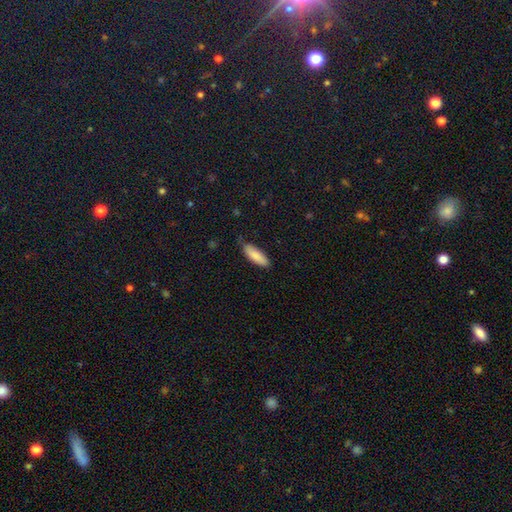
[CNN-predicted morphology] Smooth or featured? Predicted: smooth (p=0.85). How rounded? Predicted: in between (p=0.57). Merging? Predicted: none (p=0.74).